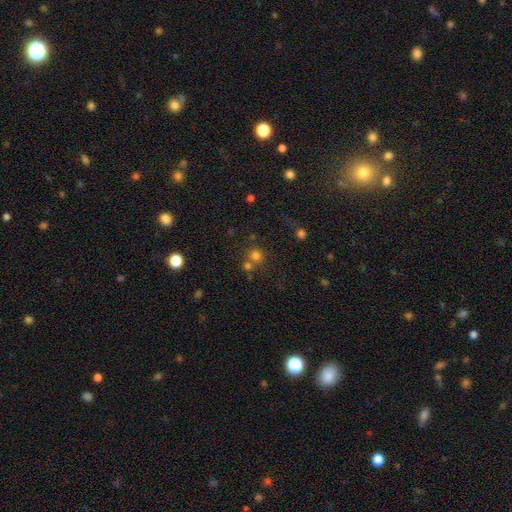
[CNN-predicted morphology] Smooth or featured? Predicted: smooth (p=0.71). How rounded? Predicted: round (p=0.90). Merging? Predicted: none (p=0.58).